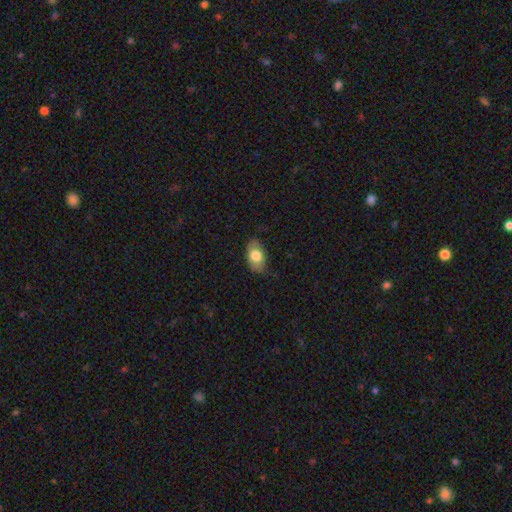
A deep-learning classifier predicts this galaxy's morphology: Overall: smooth (71%). How rounded: in between (90%). Merging: none (75%).